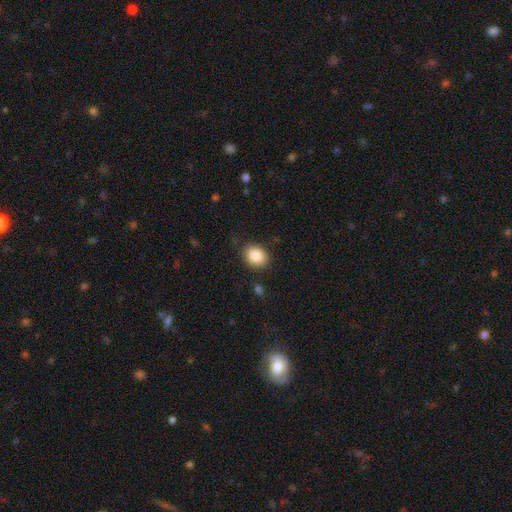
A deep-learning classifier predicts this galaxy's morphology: smooth 87%, star or artifact 8%, featured or disk 5%. Down the decision tree: how rounded — round (50%); merging — none (85%).